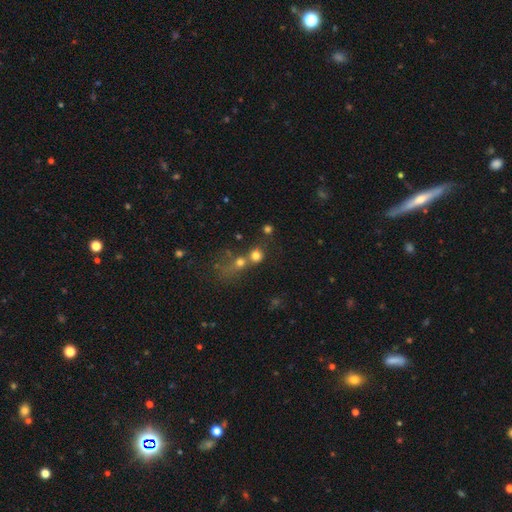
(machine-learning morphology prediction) smooth-or-featured: smooth: 70% | star or artifact: 18% | featured or disk: 12%
  how-rounded: round: 84% | in between: 14% | cigar-shaped: 2%
  merging: merger: 45% | none: 41% | minor disturbance: 8% | major disturbance: 7%